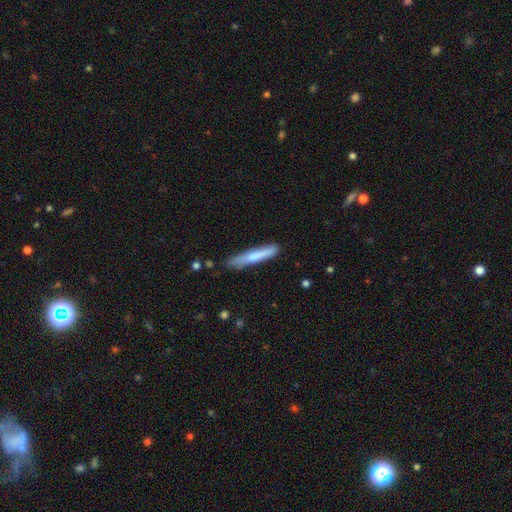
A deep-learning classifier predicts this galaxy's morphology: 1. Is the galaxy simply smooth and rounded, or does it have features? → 65% smooth, 29% featured or disk, 6% star or artifact.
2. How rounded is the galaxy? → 94% cigar-shaped, 5% in between, 1% round.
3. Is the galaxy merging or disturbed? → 76% none, 18% minor disturbance, 4% major disturbance, 2% merger.